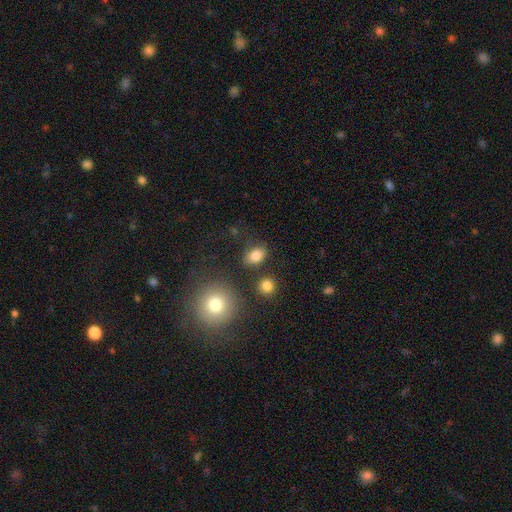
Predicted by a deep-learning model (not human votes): Smooth or featured? Predicted: smooth (p=0.84). How rounded? Predicted: in between (p=0.75). Merging? Predicted: none (p=0.76).